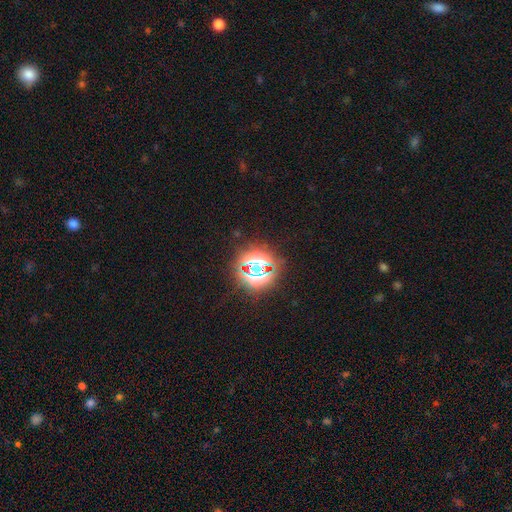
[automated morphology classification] Smooth or featured: star or artifact — 80% (smooth — 13%)